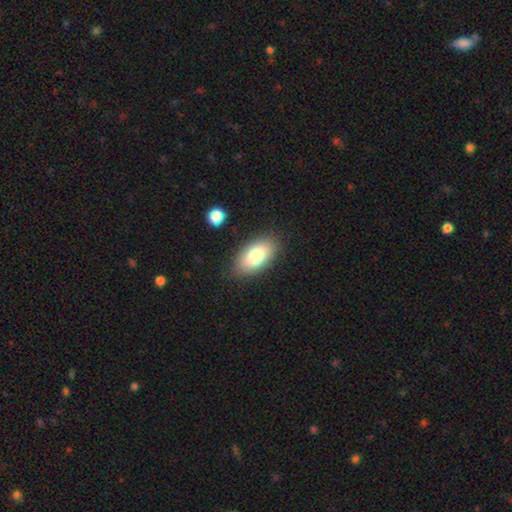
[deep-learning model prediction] A smooth galaxy with no disk features (80%) that is in between round and cigar-shaped (94%).

Vote fractions:
- Smooth or featured? smooth: 80% / featured or disk: 13% / star or artifact: 7%
- How rounded? in between: 94% / round: 3% / cigar-shaped: 3%
- Merging? none: 85% / minor disturbance: 10% / major disturbance: 3% / merger: 2%